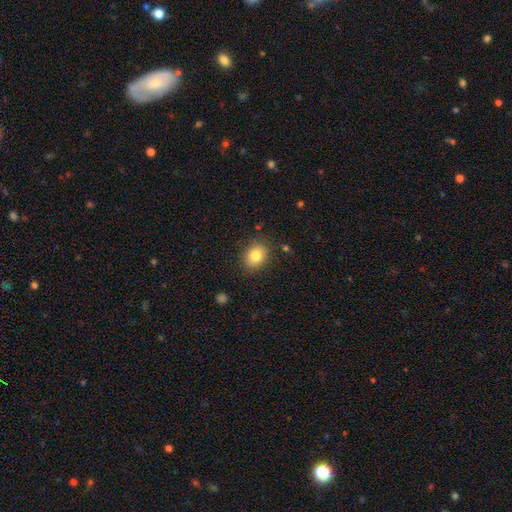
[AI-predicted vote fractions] Q: Smooth or featured?
A: smooth (81%); runner-up: featured or disk (10%)
Q: How rounded?
A: in between (52%); runner-up: round (47%)
Q: Merging?
A: none (85%); runner-up: minor disturbance (11%)